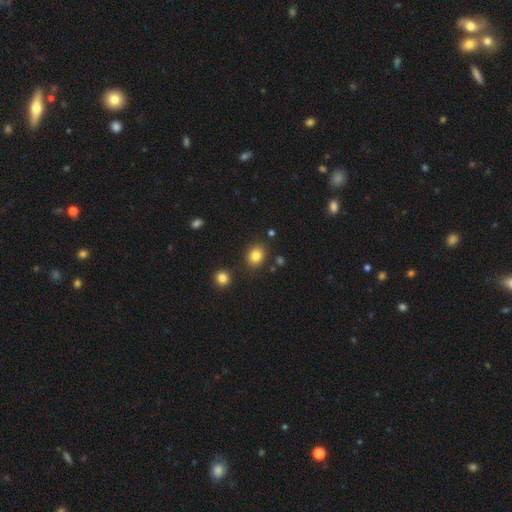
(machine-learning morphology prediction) Smooth or featured: smooth — 82% (star or artifact — 11%)
How rounded: round — 61% (in between — 38%)
Merging: none — 84% (minor disturbance — 10%)